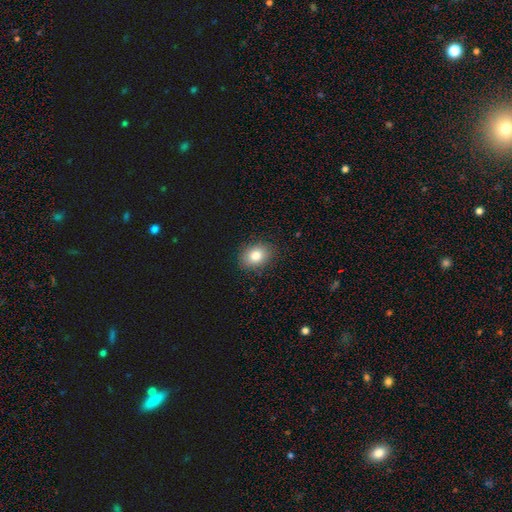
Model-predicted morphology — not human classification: Smooth or featured? smooth (81%)
How rounded? in between (58%)
Merging? none (88%)